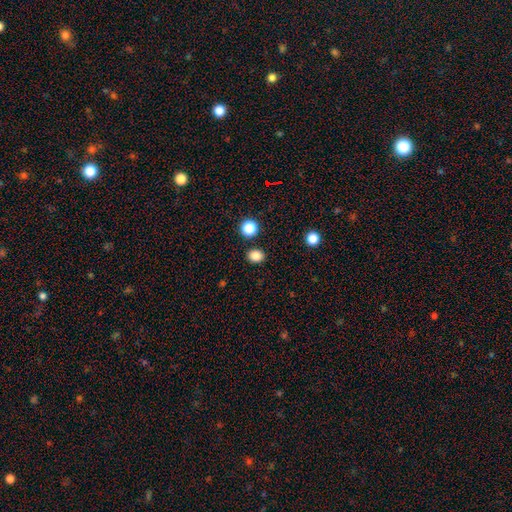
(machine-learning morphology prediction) smooth-or-featured: smooth: 84% | star or artifact: 12% | featured or disk: 4%
  how-rounded: round: 60% | in between: 39% | cigar-shaped: 1%
  merging: none: 88% | minor disturbance: 7% | merger: 4% | major disturbance: 2%